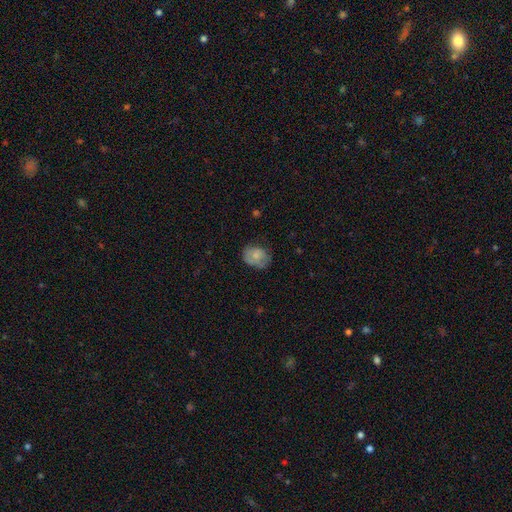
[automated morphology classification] type=smooth (67%); roundness=in between (51%); merging=none (59%).